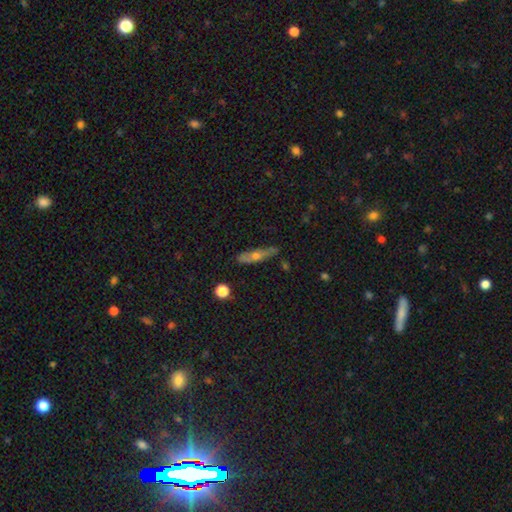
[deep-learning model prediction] A featured or disk galaxy (47%). Merging: none (74%).